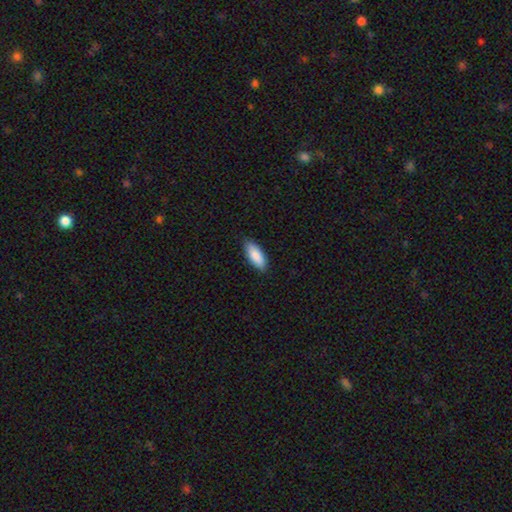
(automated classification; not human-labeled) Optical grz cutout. It shows a smooth galaxy with no disk features (88%) that is in between round and cigar-shaped (80%). Merging: none (87%).